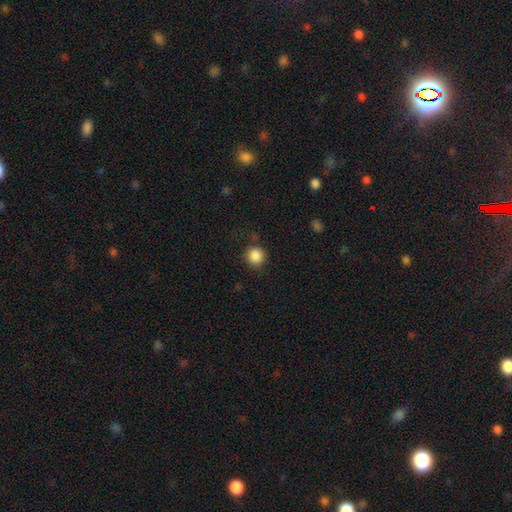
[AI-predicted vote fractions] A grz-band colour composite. It shows a smooth galaxy with no disk features (87%) that is round (93%). Merging: none (85%).